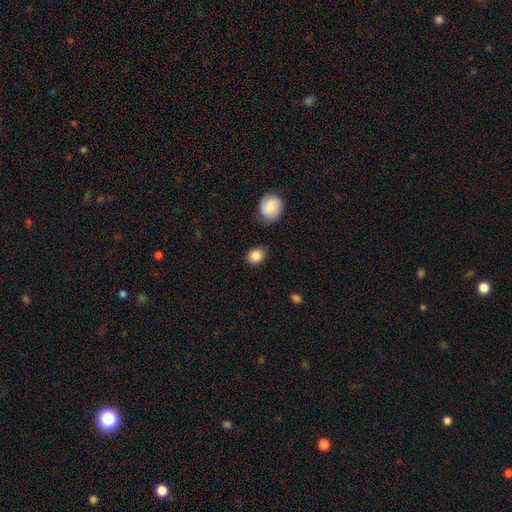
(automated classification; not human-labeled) This is clearly a smooth galaxy (85%). How rounded: possibly round (53%). Merging: likely none (77%).